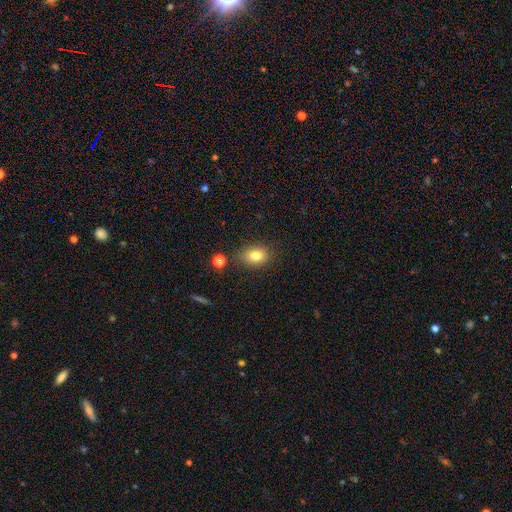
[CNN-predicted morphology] A smooth galaxy with no disk features (79%) that is in between round and cigar-shaped (68%).

Vote fractions:
- Smooth or featured? smooth: 79% / star or artifact: 12% / featured or disk: 9%
- How rounded? in between: 68% / round: 31% / cigar-shaped: 2%
- Merging? none: 78% / minor disturbance: 14% / major disturbance: 4% / merger: 4%